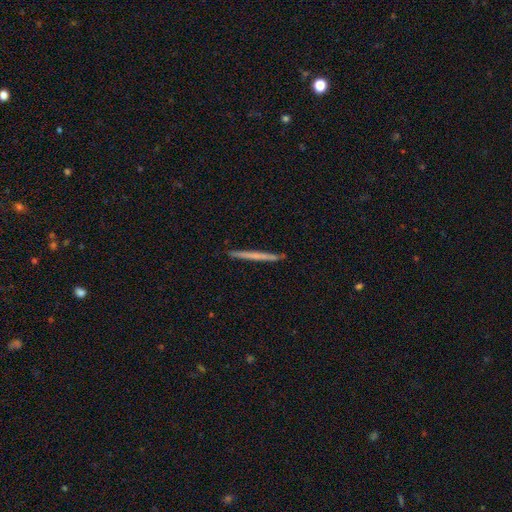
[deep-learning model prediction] This is possibly a smooth galaxy (54%). How rounded: clearly cigar-shaped (97%). Merging: clearly none (92%).